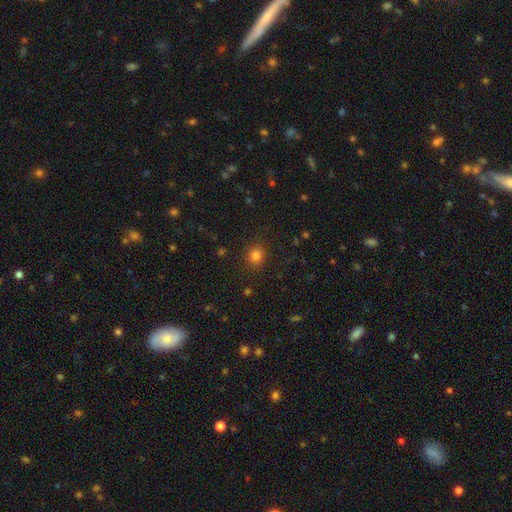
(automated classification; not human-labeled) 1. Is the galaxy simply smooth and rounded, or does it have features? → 81% smooth, 14% star or artifact, 5% featured or disk.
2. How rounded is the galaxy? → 61% round, 38% in between, 1% cigar-shaped.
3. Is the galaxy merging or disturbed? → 88% none, 8% minor disturbance, 3% major disturbance, 1% merger.